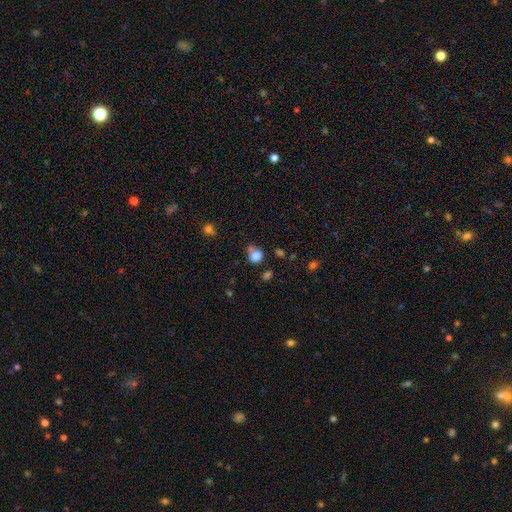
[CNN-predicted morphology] The model was most divided on "how rounded": round: 63%, in between: 36%, cigar-shaped: 1%. Remaining: smooth or featured — smooth (81%); merging — none (50%).